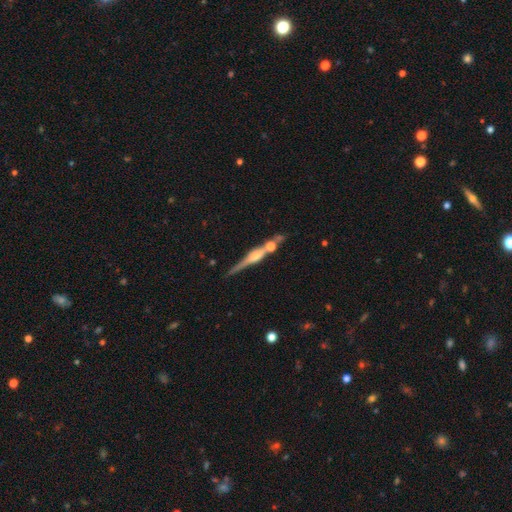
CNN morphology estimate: Smooth or featured? featured or disk (74%)
Edge-on disk? yes (96%)
Edge-on bulge? rounded (75%)
Merging? none (66%)